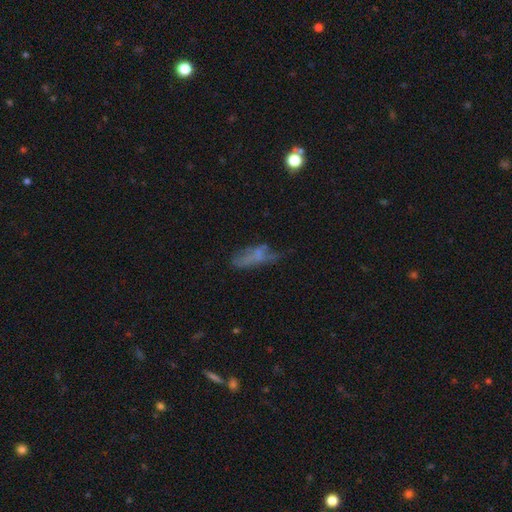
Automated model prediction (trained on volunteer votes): The model was most divided on "smooth or featured": smooth: 46%, featured or disk: 39%, star or artifact: 15%. Remaining: merging — none (37%).